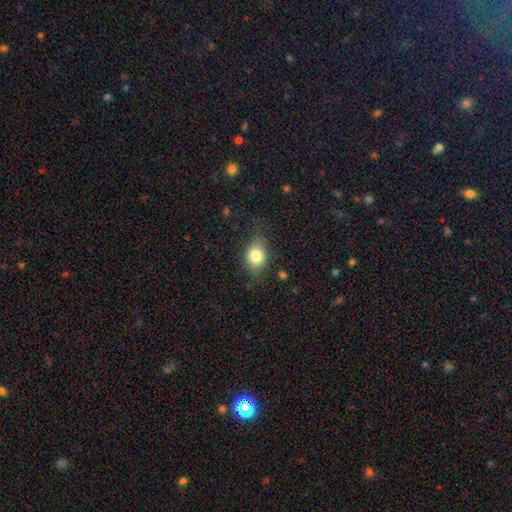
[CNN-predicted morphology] Overall: smooth (79%). How rounded: in between (64%; round 35%). Merging: none (68%).